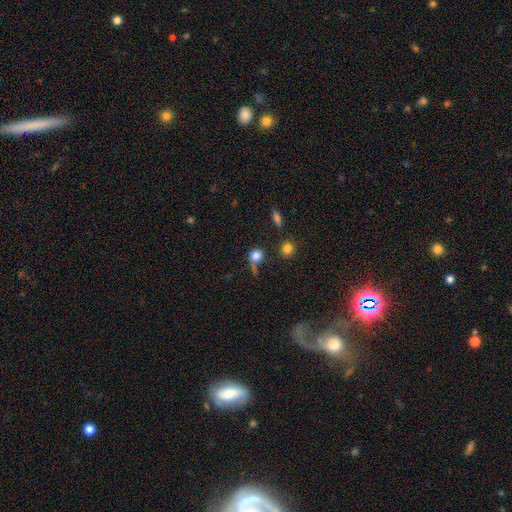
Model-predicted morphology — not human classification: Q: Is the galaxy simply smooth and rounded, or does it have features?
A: smooth — 78%.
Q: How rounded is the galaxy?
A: round — 83%.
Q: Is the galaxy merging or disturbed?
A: none — 47%.